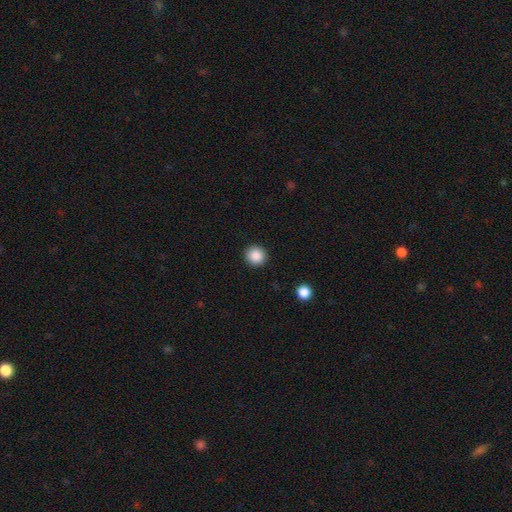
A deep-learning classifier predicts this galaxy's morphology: A smooth galaxy with no disk features (88%) that is round (93%).

Vote fractions:
- Smooth or featured? smooth: 88% / star or artifact: 9% / featured or disk: 3%
- How rounded? round: 93% / in between: 6% / cigar-shaped: 1%
- Merging? none: 92% / minor disturbance: 5% / major disturbance: 2% / merger: 1%